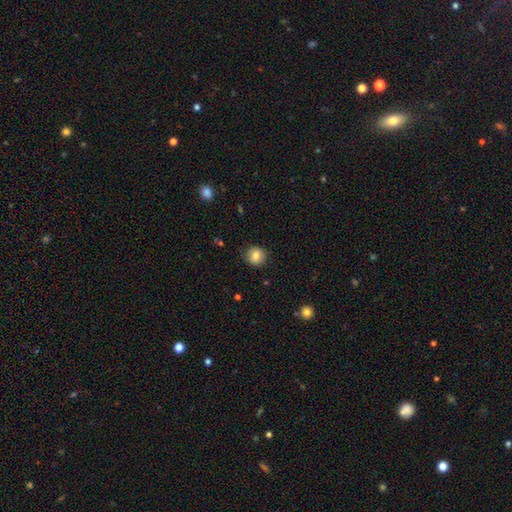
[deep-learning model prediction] A smooth galaxy with no disk features (82%) that is round (89%).

Vote fractions:
- Smooth or featured? smooth: 82% / star or artifact: 9% / featured or disk: 8%
- How rounded? round: 89% / in between: 10% / cigar-shaped: 1%
- Merging? none: 87% / minor disturbance: 9% / major disturbance: 2% / merger: 1%